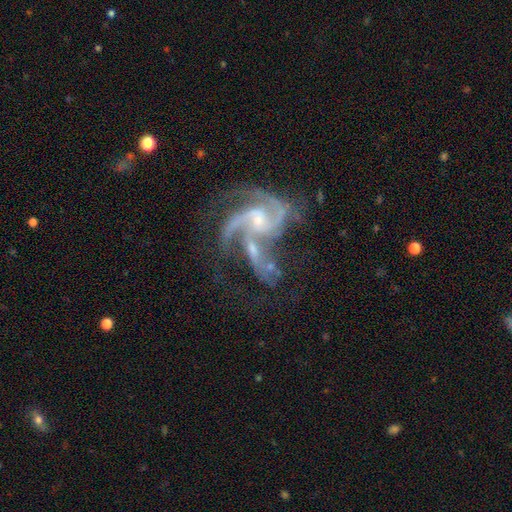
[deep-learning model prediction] The model was most divided on "merging": merger: 35%, none: 28%, major disturbance: 23%, minor disturbance: 13%. Remaining: edge-on disk — no (98%); spiral arms — yes (97%); smooth or featured — featured or disk (89%); bulge size — small (62%); spiral winding — medium (55%); bar — no (53%); spiral arm count — 3 (46%).